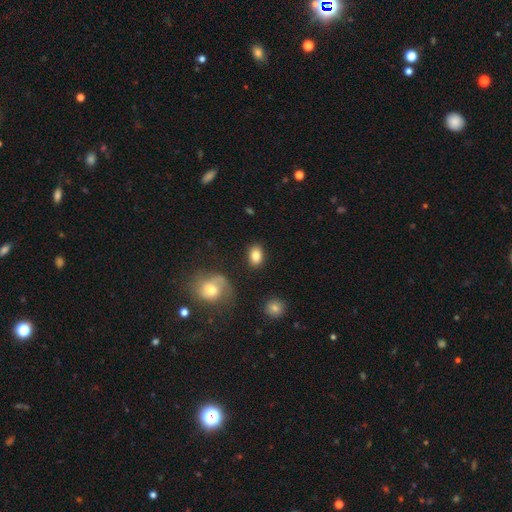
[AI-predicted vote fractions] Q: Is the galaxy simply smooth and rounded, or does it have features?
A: smooth — 84%.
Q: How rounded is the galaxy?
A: in between — 84%.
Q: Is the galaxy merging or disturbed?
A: none — 85%.